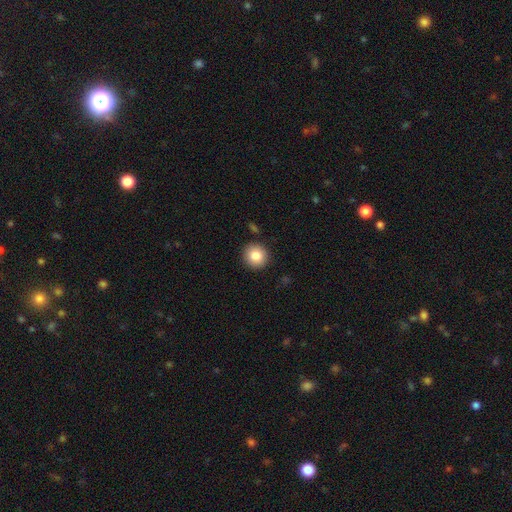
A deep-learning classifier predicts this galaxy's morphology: type=smooth (84%); roundness=round (93%); merging=none (90%).